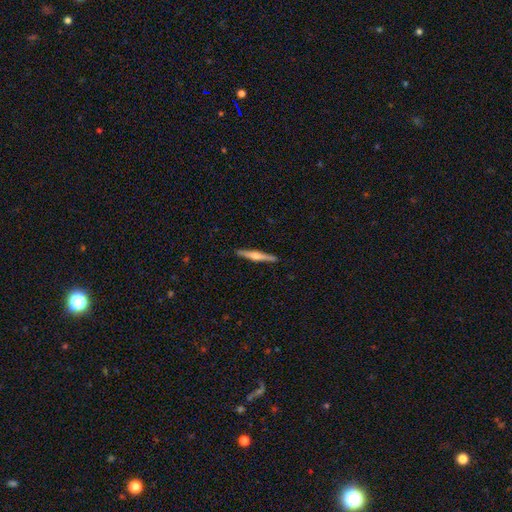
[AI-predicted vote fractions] Overall: featured or disk (71%). Edge-on disk: yes (98%). Edge-on bulge: rounded (85%). Merging: none (92%).